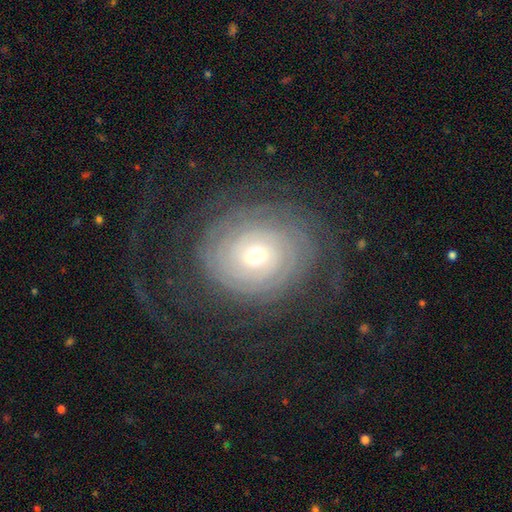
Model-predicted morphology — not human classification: smooth-or-featured: featured or disk: 83% | smooth: 9% | star or artifact: 8%
  disk-edge-on: no: 97% | yes: 3%
    bar: no: 66% | weak: 25% | strong: 10%
    has-spiral-arms: yes: 95% | no: 5%
      spiral-winding: tight: 85% | medium: 11% | loose: 5%
      spiral-arm-count: can't tell: 38% | 2: 20% | more than 4: 13% | 3: 11% | 4: 11% | 1: 7%
    bulge-size: small: 50% | moderate: 46% | large: 3% | dominant: 1% | none: 1%
  merging: none: 74% | major disturbance: 13% | minor disturbance: 12% | merger: 1%